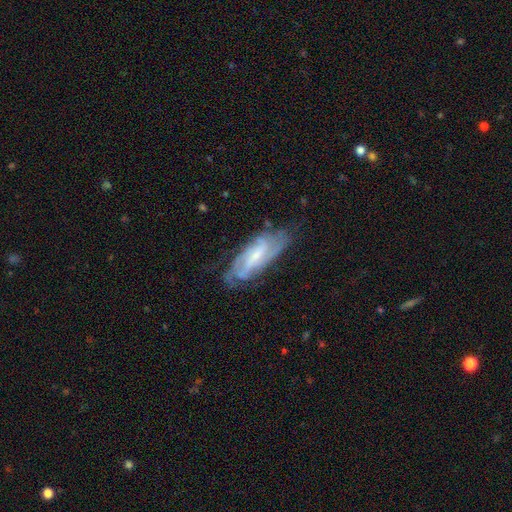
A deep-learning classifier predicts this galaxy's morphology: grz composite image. It shows a featured or disk galaxy (79%) with a weak bar (45%), 2 (37%) tight (46%) spiral arms (92%) and a small central bulge (62%). Merging: none (67%).